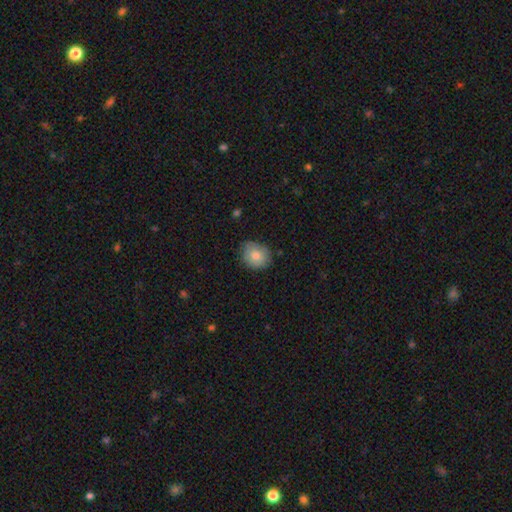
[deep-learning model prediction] Smooth or featured? smooth (79%)
How rounded? round (73%)
Merging? none (80%)